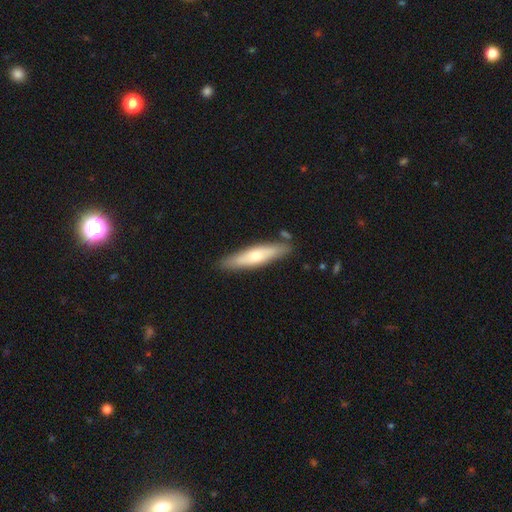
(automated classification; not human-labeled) Smooth or featured: smooth — 55% (featured or disk — 40%)
How rounded: cigar-shaped — 78% (in between — 21%)
Merging: none — 82% (minor disturbance — 11%)